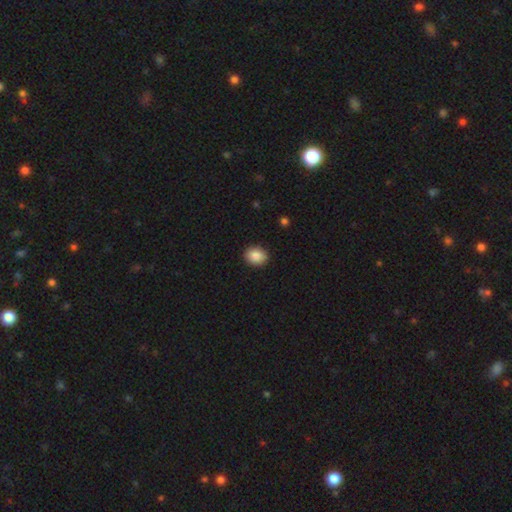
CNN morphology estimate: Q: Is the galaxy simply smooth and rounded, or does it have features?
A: smooth — 88%.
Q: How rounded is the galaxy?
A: round — 50%.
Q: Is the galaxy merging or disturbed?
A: none — 90%.